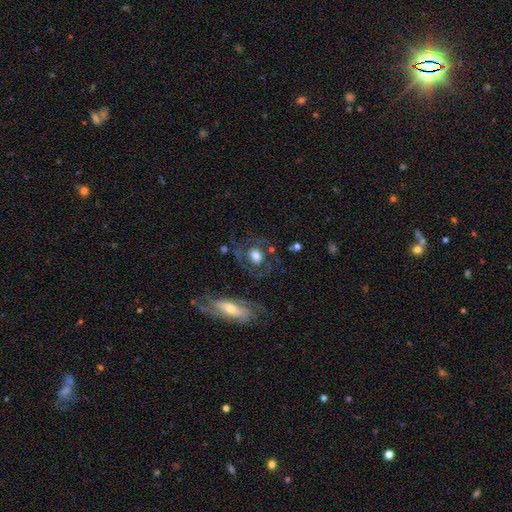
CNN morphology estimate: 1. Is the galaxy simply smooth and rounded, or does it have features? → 47% smooth, 44% featured or disk, 9% star or artifact.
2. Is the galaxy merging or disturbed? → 70% none, 14% minor disturbance, 11% major disturbance, 4% merger.